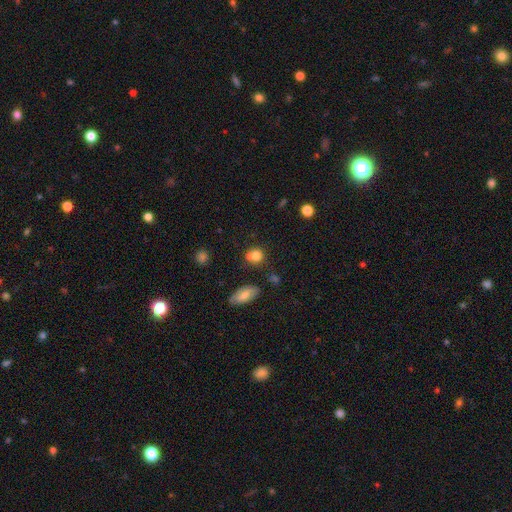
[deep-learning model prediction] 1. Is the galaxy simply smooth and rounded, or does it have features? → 80% smooth, 11% star or artifact, 9% featured or disk.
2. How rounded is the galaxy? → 79% round, 19% in between, 1% cigar-shaped.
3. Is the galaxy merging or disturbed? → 62% none, 18% merger, 15% minor disturbance, 5% major disturbance.